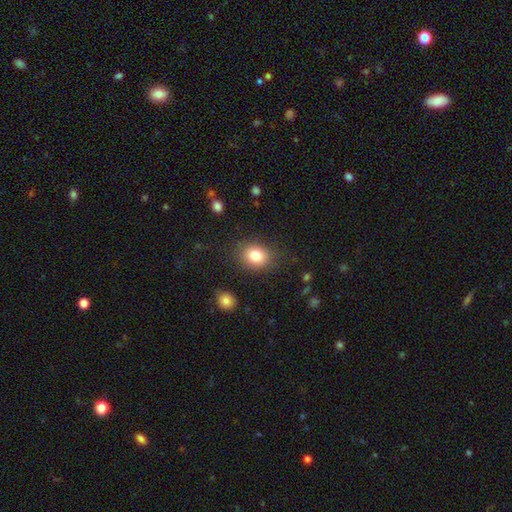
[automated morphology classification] A smooth galaxy with no disk features (81%) that is in between round and cigar-shaped (51%). Merging: none (83%).